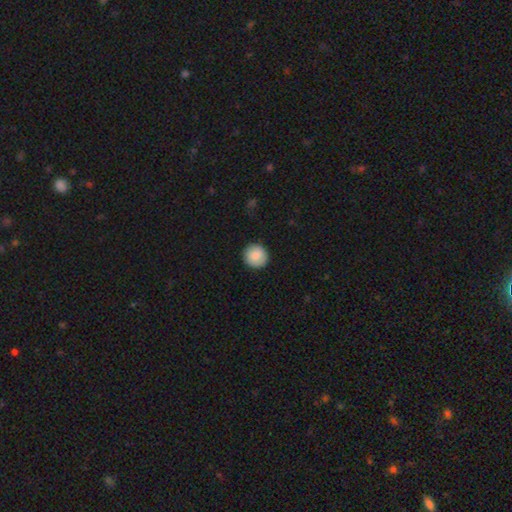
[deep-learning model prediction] smooth 87%, star or artifact 7%, featured or disk 6%. Down the decision tree: how rounded — round (93%); merging — none (91%).